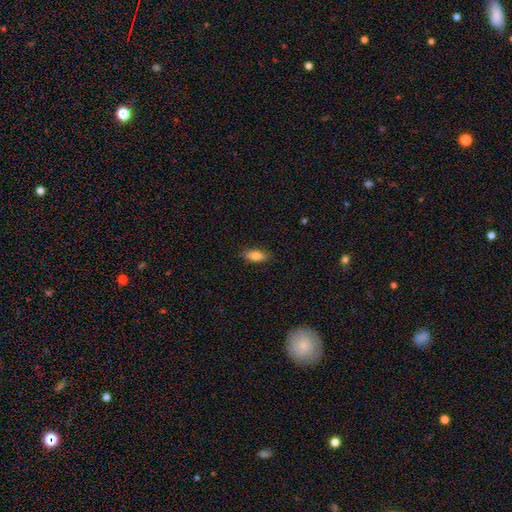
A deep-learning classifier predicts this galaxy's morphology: A smooth galaxy with no disk features (82%) that is in between round and cigar-shaped (83%).

Vote fractions:
- Smooth or featured? smooth: 82% / featured or disk: 11% / star or artifact: 7%
- How rounded? in between: 83% / cigar-shaped: 14% / round: 3%
- Merging? none: 86% / minor disturbance: 11% / major disturbance: 2% / merger: 1%